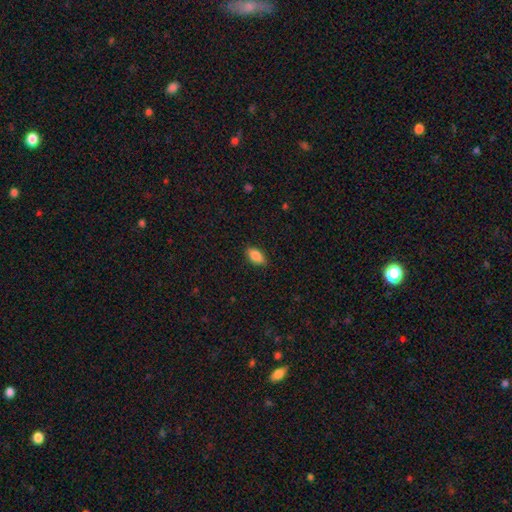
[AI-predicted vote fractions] smooth_or_featured: smooth (p=0.87) [alt: star or artifact p=0.07]
how_rounded: in between (p=0.90) [alt: cigar-shaped p=0.06]
merging: none (p=0.86) [alt: minor disturbance p=0.11]